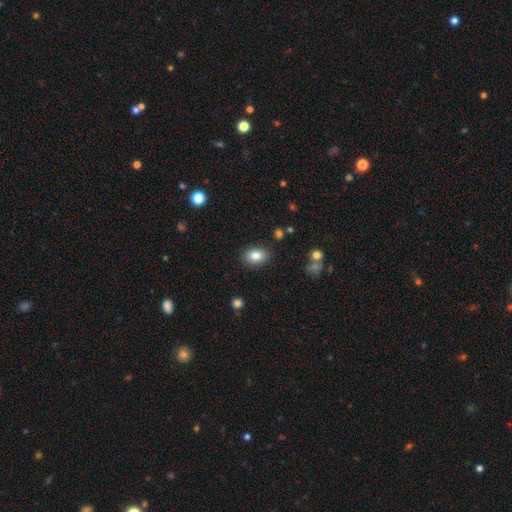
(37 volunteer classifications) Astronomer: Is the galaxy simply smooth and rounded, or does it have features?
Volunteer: smooth — 81%.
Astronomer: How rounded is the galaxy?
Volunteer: in between — 67%.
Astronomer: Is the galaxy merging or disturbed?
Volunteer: none — 89%.